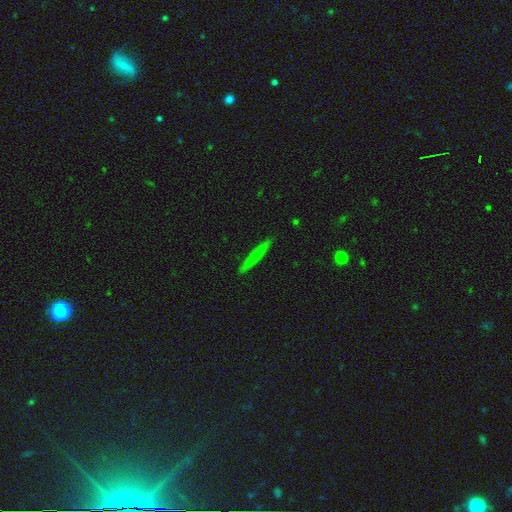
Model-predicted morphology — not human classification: Smooth or featured: smooth — 56% (featured or disk — 38%)
How rounded: cigar-shaped — 95% (in between — 4%)
Merging: none — 91% (minor disturbance — 7%)